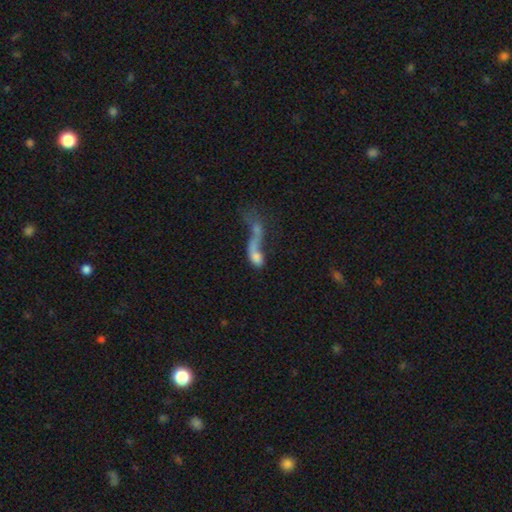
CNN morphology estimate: A smooth galaxy with no disk features (52%) that is in between round and cigar-shaped (62%). Merging: merger (57%).